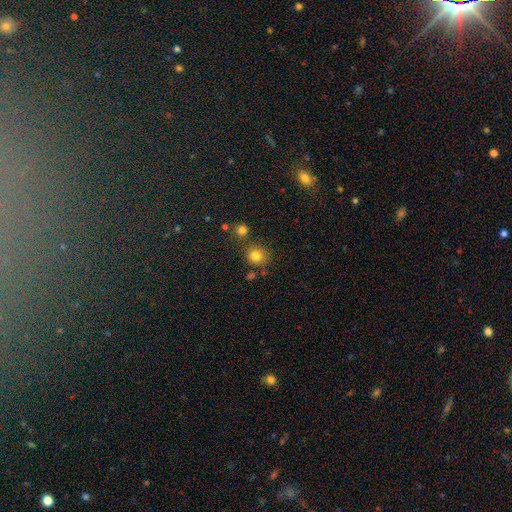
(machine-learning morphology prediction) Smooth or featured?
  - smooth: 80% *
  - star or artifact: 14%
  - featured or disk: 6%
How rounded?
  - round: 84% *
  - in between: 15%
  - cigar-shaped: 1%
Merging?
  - none: 73% *
  - minor disturbance: 11%
  - merger: 11%
  - major disturbance: 4%